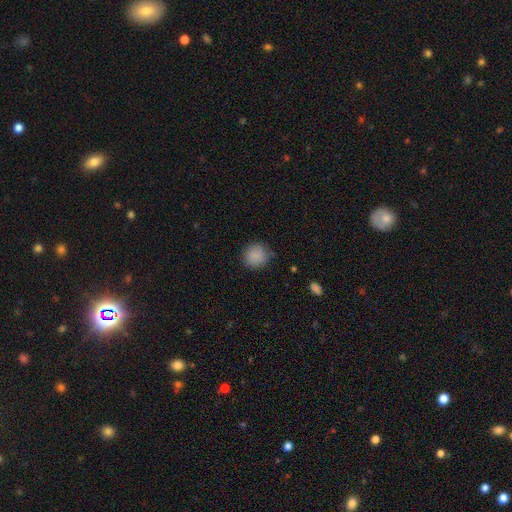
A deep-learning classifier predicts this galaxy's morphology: Smooth or featured: smooth — 86% (star or artifact — 9%)
How rounded: round — 88% (in between — 11%)
Merging: none — 83% (minor disturbance — 12%)